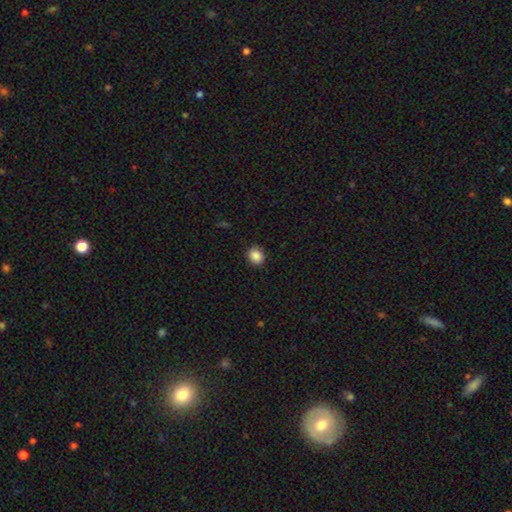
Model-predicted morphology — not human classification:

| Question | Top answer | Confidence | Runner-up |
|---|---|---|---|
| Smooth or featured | smooth | 88% | star or artifact (9%) |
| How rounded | round | 72% | in between (27%) |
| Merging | none | 90% | minor disturbance (7%) |